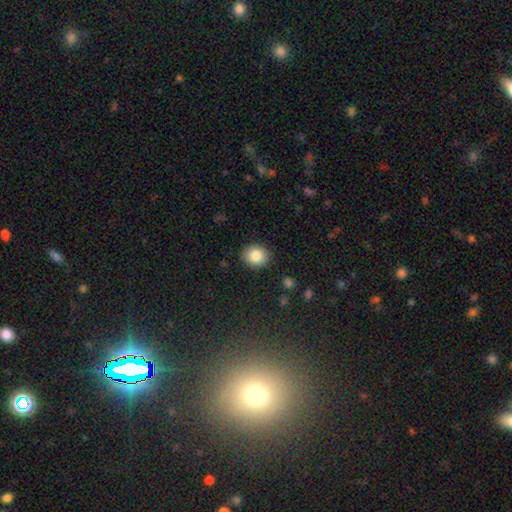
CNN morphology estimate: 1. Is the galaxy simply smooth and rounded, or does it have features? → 83% smooth, 9% star or artifact, 8% featured or disk.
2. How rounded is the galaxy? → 72% round, 28% in between, 1% cigar-shaped.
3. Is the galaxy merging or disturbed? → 89% none, 7% minor disturbance, 2% major disturbance, 1% merger.